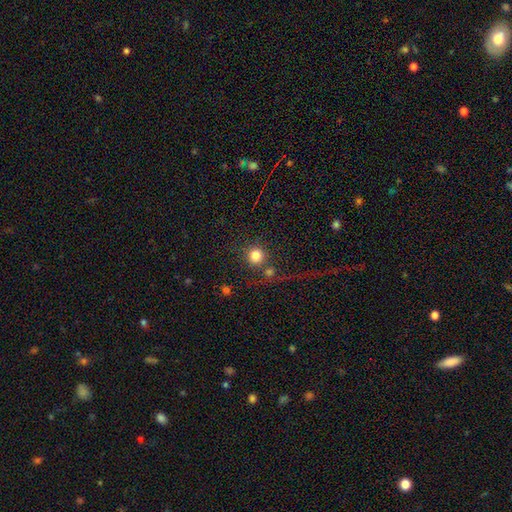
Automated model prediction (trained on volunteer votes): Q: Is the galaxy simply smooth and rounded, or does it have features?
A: smooth — 81%.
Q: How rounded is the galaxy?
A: round — 94%.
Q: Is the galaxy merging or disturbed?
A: none — 67%.